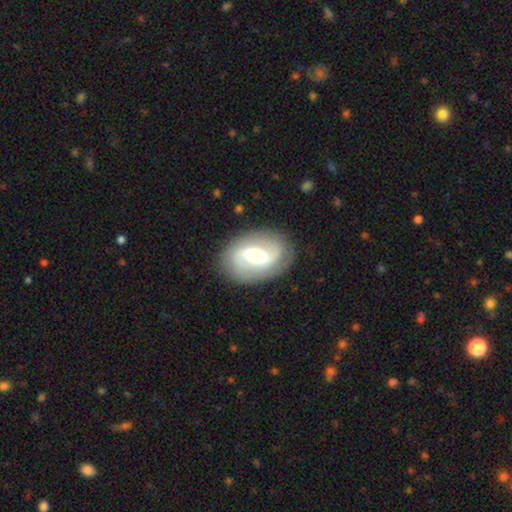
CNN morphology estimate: featured or disk 71%, smooth 23%, star or artifact 6%. Down the decision tree: edge-on disk — no (96%); bar — weak (44%); spiral arms — yes (83%); spiral arm count — 2 (81%); spiral winding — medium (40%); bulge size — moderate (57%); merging — none (82%).